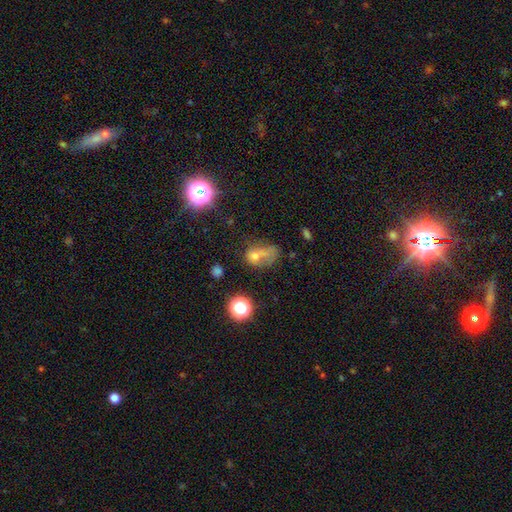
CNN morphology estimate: smooth-or-featured: smooth: 50% | star or artifact: 27% | featured or disk: 23%
  how-rounded: in between: 56% | round: 42% | cigar-shaped: 3%
  merging: merger: 32% | none: 28% | major disturbance: 24% | minor disturbance: 17%